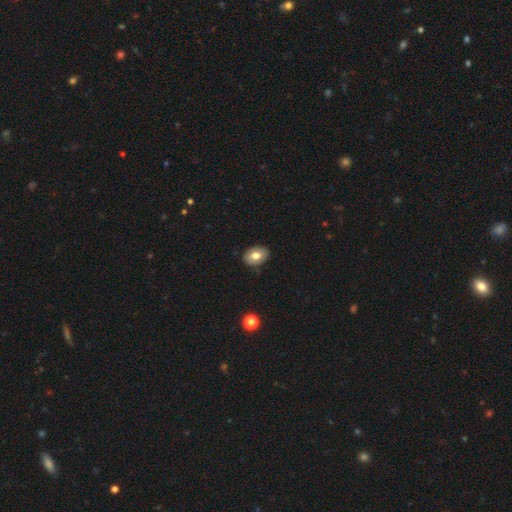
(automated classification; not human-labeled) A smooth galaxy with no disk features (73%) that is in between round and cigar-shaped (78%). Merging: none (86%).